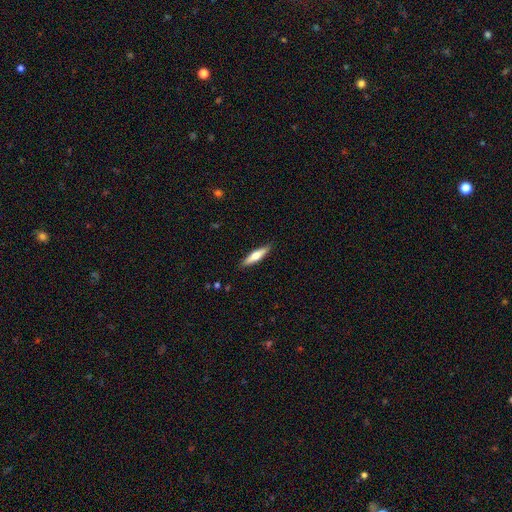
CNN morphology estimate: Smooth or featured? smooth (53%)
How rounded? cigar-shaped (77%)
Merging? none (90%)